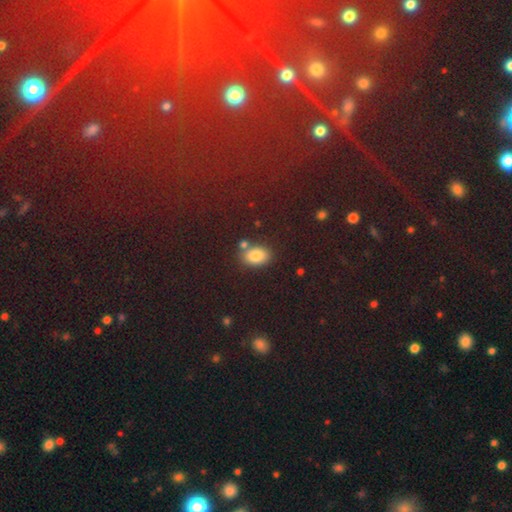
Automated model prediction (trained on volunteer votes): Smooth or featured? Predicted: smooth (p=0.82). How rounded? Predicted: in between (p=0.82). Merging? Predicted: none (p=0.75).